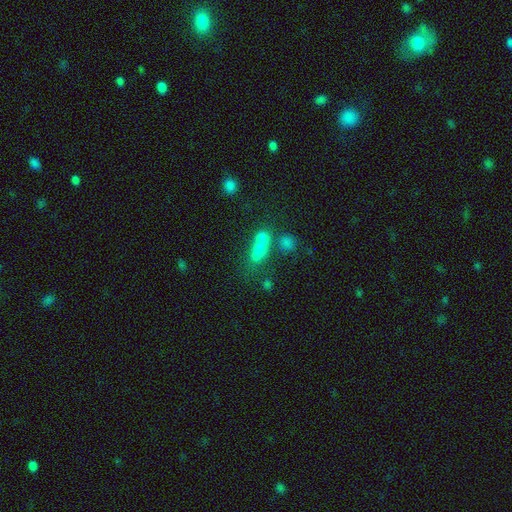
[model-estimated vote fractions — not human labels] The model was most divided on "how rounded": round: 59%, in between: 36%, cigar-shaped: 5%. More confident: smooth or featured — smooth (61%); merging — merger (57%).